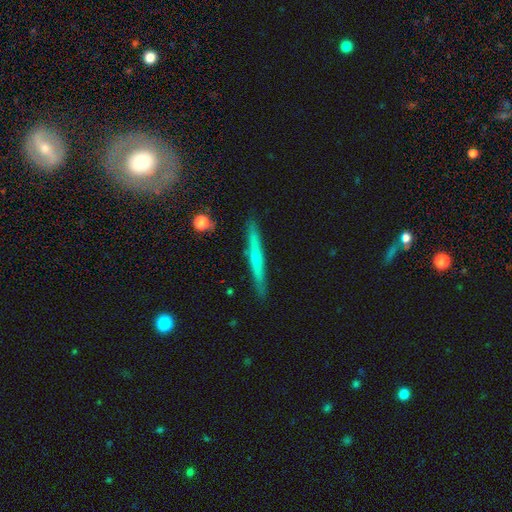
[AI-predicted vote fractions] Smooth or featured: featured or disk — 61% (smooth — 32%)
Edge-on disk: yes — 96% (no — 4%)
Edge-on bulge: none — 50% (rounded — 45%)
Merging: none — 90% (minor disturbance — 7%)